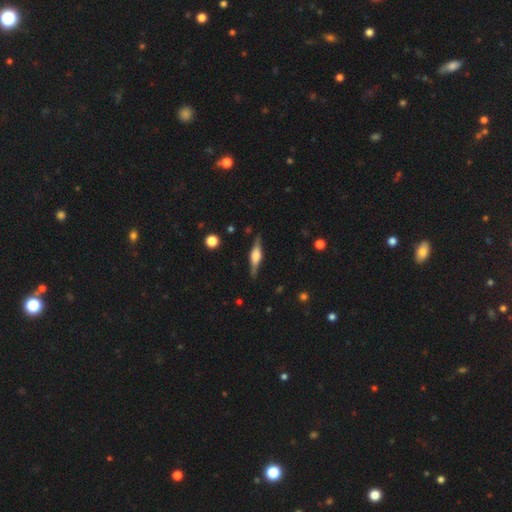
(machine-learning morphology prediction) Overall: featured or disk (70%). Edge-on disk: yes (97%). Edge-on bulge: rounded (74%). Merging: none (86%).